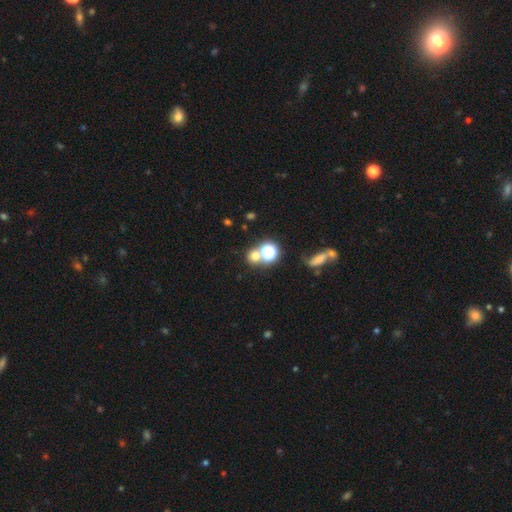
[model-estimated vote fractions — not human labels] Morphology: type=smooth (64%); roundness=round (86%); merging=none (58%).